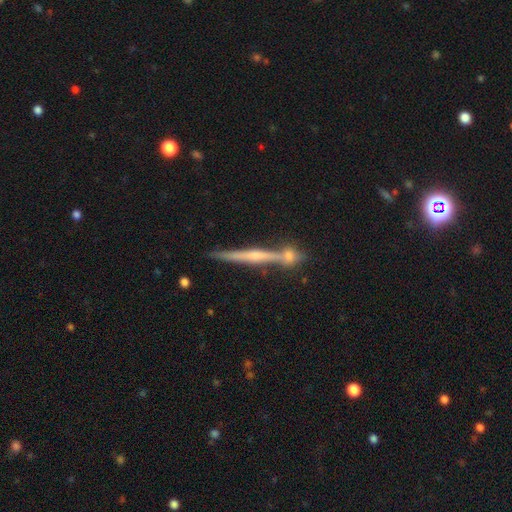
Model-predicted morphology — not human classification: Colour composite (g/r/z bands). It shows a featured or disk galaxy (69%) viewed edge-on (97%) with a rounded central bulge (55%). Merging: none (73%).